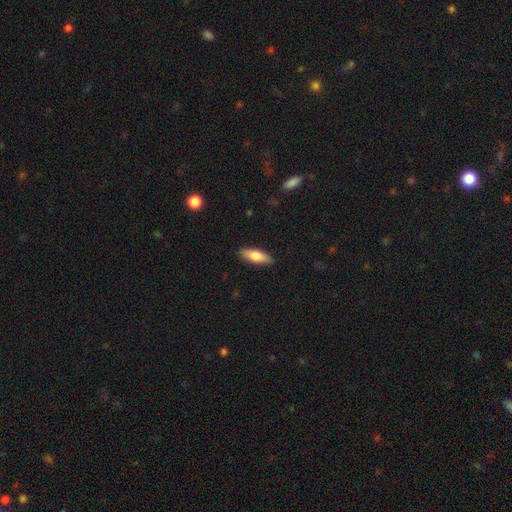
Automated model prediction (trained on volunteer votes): Q: Smooth or featured?
A: smooth (76%); runner-up: featured or disk (18%)
Q: How rounded?
A: in between (63%); runner-up: cigar-shaped (35%)
Q: Merging?
A: none (89%); runner-up: minor disturbance (9%)